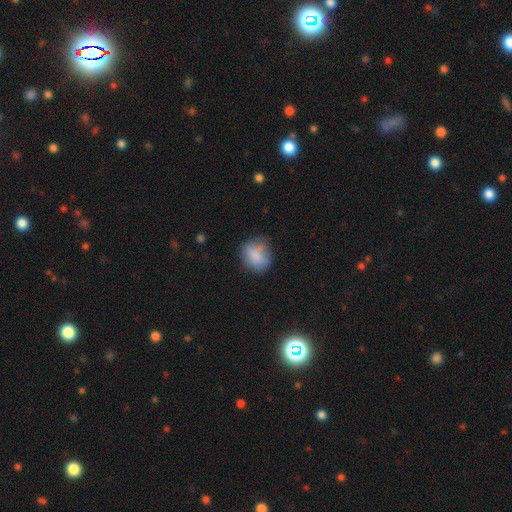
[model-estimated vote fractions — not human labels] Smooth or featured?
  - smooth: 79% *
  - featured or disk: 13%
  - star or artifact: 8%
How rounded?
  - round: 68% *
  - in between: 30%
  - cigar-shaped: 1%
Merging?
  - none: 66% *
  - minor disturbance: 24%
  - major disturbance: 8%
  - merger: 3%